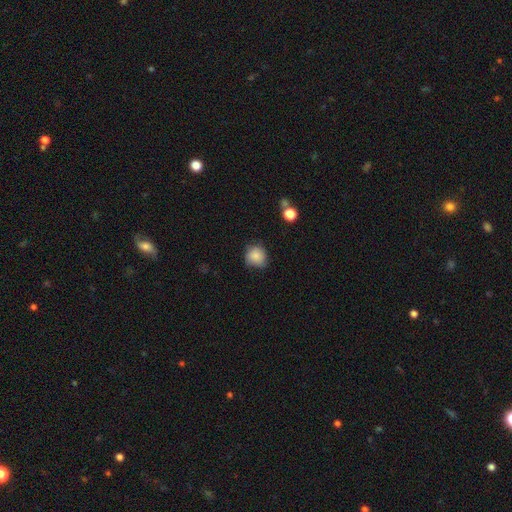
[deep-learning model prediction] A smooth galaxy with no disk features (85%) that is round (85%).

Vote fractions:
- Smooth or featured? smooth: 85% / star or artifact: 9% / featured or disk: 6%
- How rounded? round: 85% / in between: 14% / cigar-shaped: 1%
- Merging? none: 66% / minor disturbance: 27% / major disturbance: 5% / merger: 2%